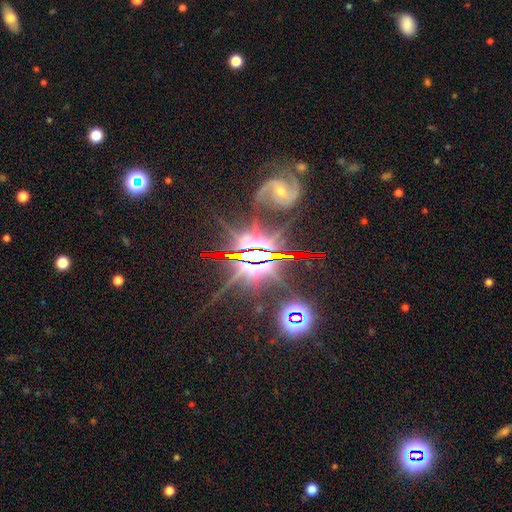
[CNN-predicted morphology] A star or artifact, not a galaxy (67%).

Vote fractions:
- Smooth or featured? star or artifact: 67% / featured or disk: 23% / smooth: 10%